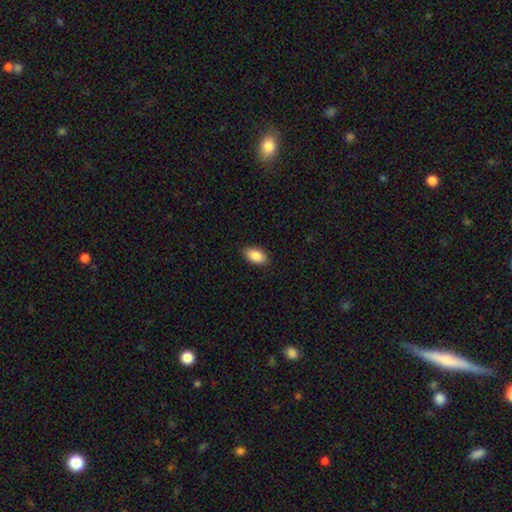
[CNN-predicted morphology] Smooth or featured: smooth — 88% (star or artifact — 7%)
How rounded: in between — 93% (round — 4%)
Merging: none — 88% (minor disturbance — 9%)